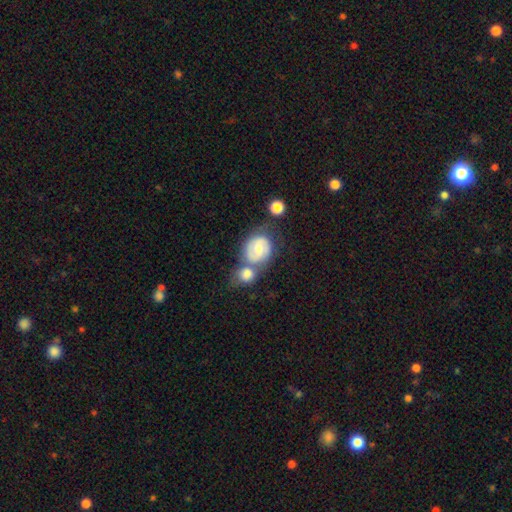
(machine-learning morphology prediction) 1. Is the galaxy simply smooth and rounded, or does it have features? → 53% smooth, 30% featured or disk, 18% star or artifact.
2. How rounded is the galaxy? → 70% round, 28% in between, 2% cigar-shaped.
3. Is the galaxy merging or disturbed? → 49% none, 34% merger, 12% minor disturbance, 6% major disturbance.